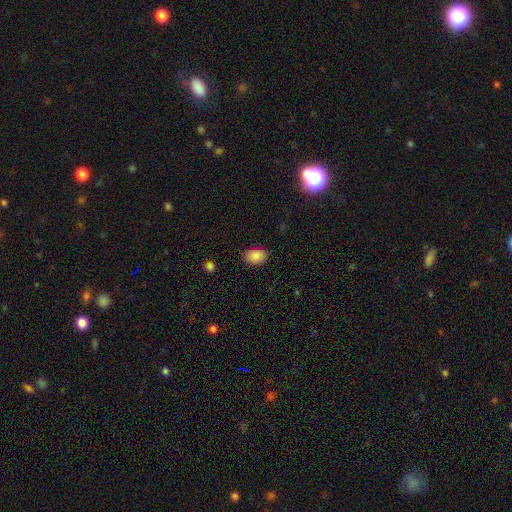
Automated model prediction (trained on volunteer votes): Smooth or featured? Predicted: smooth (p=0.86). How rounded? Predicted: in between (p=0.77). Merging? Predicted: none (p=0.81).